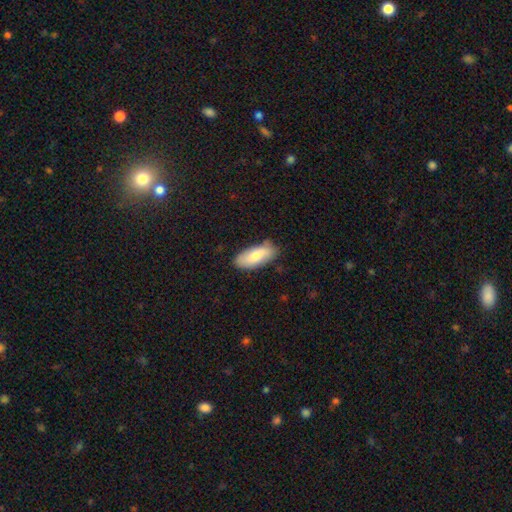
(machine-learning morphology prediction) The model was most divided on "smooth or featured": smooth: 75%, featured or disk: 19%, star or artifact: 6%. More confident: how rounded — in between (86%); merging — none (77%).